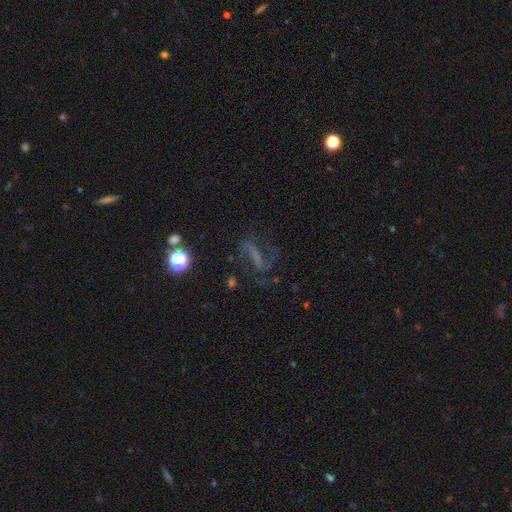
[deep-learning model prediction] smooth_or_featured: featured or disk (p=0.62) [alt: star or artifact p=0.22]
disk_edge_on: no (p=0.91) [alt: yes p=0.09]
bar: strong (p=0.50) [alt: weak p=0.29]
has_spiral_arms: yes (p=0.82) [alt: no p=0.18]
bulge_size: none (p=0.63) [alt: small p=0.21]
merging: none (p=0.60) [alt: major disturbance p=0.21]